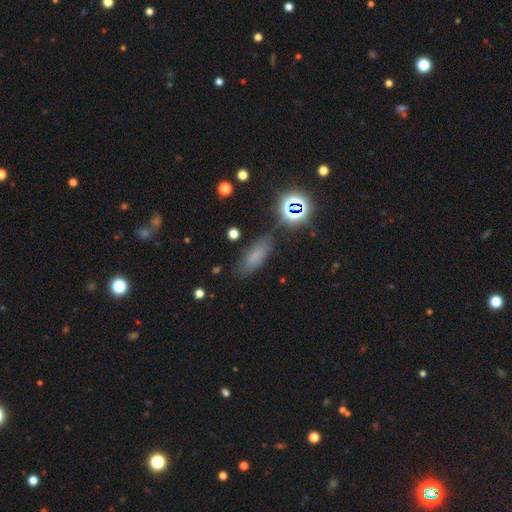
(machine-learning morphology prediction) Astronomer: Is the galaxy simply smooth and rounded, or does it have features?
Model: smooth — 65%.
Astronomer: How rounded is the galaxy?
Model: in between — 63%.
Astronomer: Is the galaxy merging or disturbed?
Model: none — 75%.